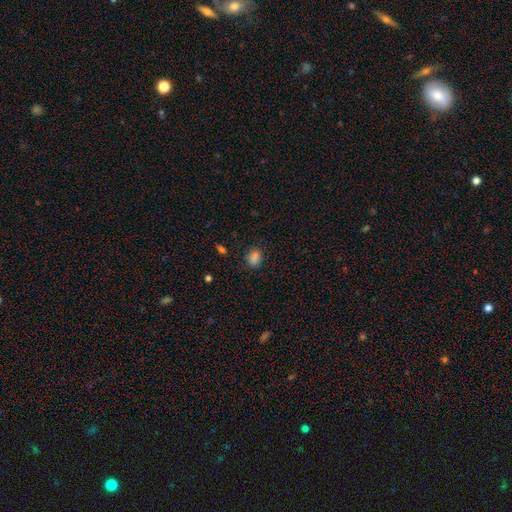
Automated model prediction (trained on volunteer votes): Smooth or featured? smooth (79%)
How rounded? in between (59%)
Merging? none (83%)